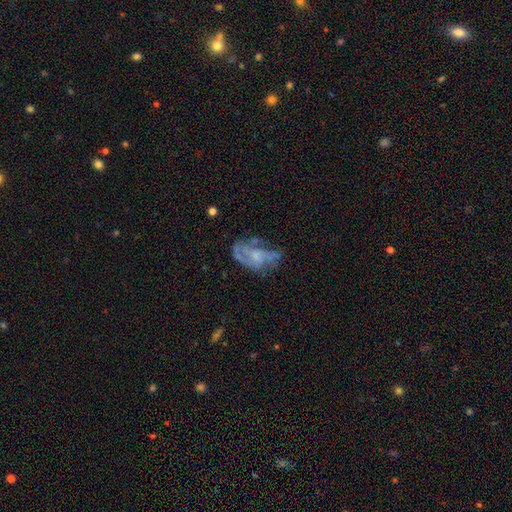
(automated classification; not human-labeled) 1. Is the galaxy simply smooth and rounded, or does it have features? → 71% featured or disk, 19% smooth, 10% star or artifact.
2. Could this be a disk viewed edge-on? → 96% no, 4% yes.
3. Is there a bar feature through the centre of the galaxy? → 66% no, 28% weak, 6% strong.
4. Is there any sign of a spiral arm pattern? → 72% yes, 28% no.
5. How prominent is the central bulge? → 44% small, 28% moderate, 24% none, 3% large, 1% dominant.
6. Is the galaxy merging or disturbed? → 45% none, 27% major disturbance, 23% minor disturbance, 5% merger.